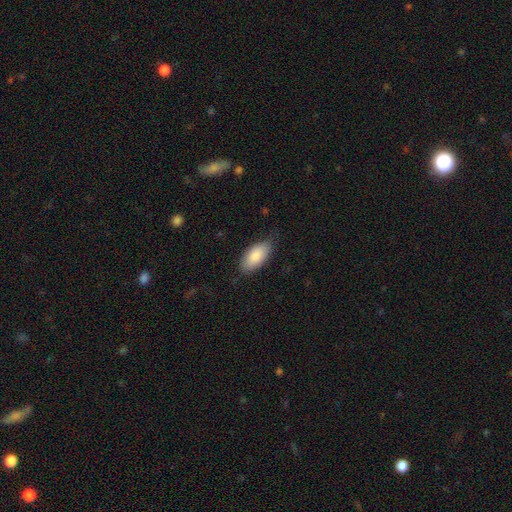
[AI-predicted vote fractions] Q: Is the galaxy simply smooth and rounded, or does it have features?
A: smooth — 86%.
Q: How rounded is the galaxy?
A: in between — 93%.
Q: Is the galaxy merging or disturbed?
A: none — 76%.